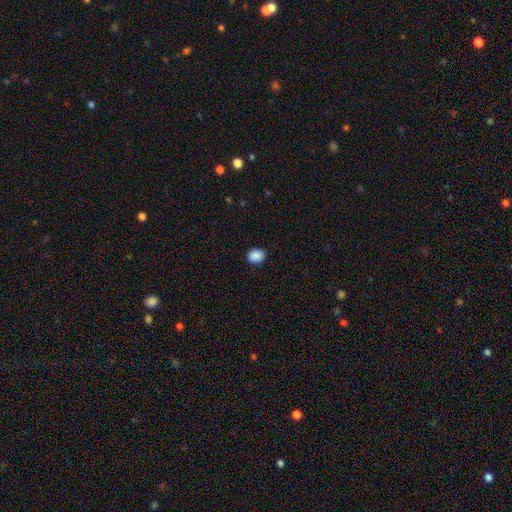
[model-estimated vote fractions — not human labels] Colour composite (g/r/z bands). It shows a smooth galaxy with no disk features (89%) that is round (54%). Merging: none (88%).